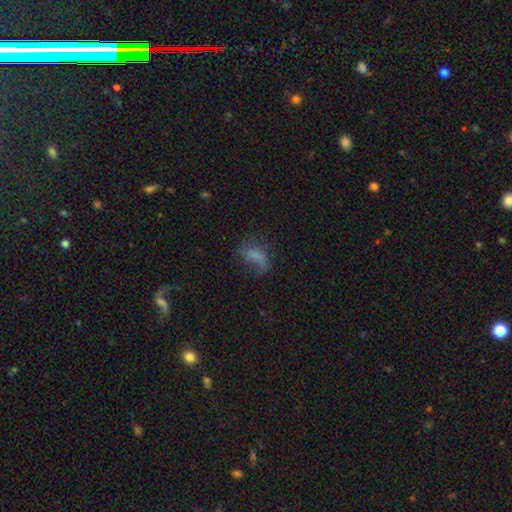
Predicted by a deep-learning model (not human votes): A smooth galaxy with no disk features (49%). Merging: none (40%).